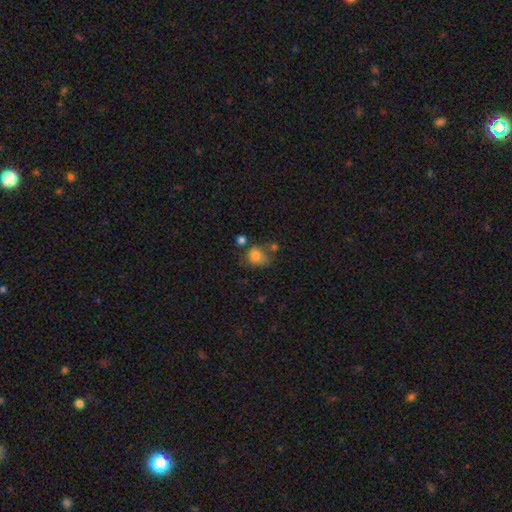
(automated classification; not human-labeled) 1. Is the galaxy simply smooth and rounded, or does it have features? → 75% smooth, 14% featured or disk, 11% star or artifact.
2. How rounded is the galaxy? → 59% round, 40% in between, 1% cigar-shaped.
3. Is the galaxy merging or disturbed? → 41% none, 27% minor disturbance, 17% merger, 16% major disturbance.